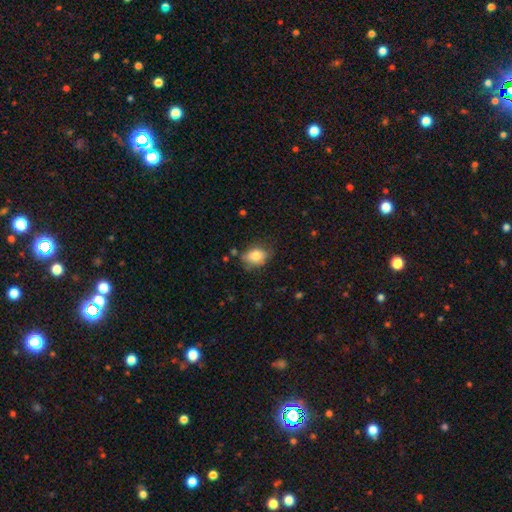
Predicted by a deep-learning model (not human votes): Overall: smooth (81%). How rounded: in between (68%; round 31%). Merging: none (60%; minor disturbance 29%).